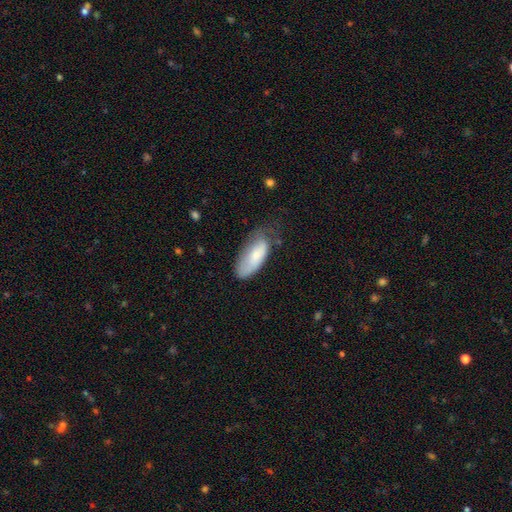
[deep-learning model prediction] A smooth galaxy with no disk features (74%) that is in between round and cigar-shaped (86%).

Vote fractions:
- Smooth or featured? smooth: 74% / featured or disk: 19% / star or artifact: 6%
- How rounded? in between: 86% / cigar-shaped: 12% / round: 2%
- Merging? none: 40% / minor disturbance: 38% / major disturbance: 19% / merger: 2%